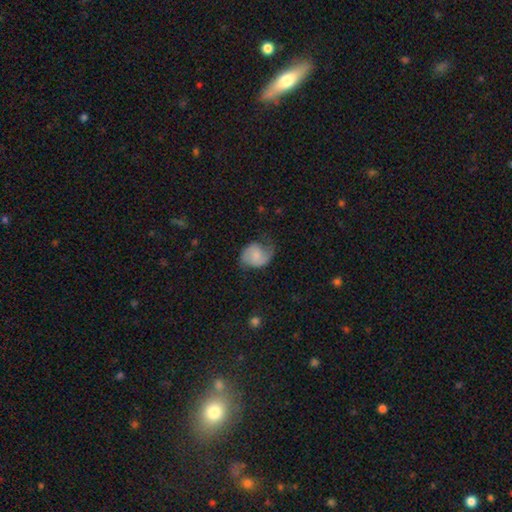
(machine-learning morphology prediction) Q: Smooth or featured?
A: featured or disk (47%); runner-up: smooth (46%)
Q: Merging?
A: none (48%); runner-up: minor disturbance (30%)